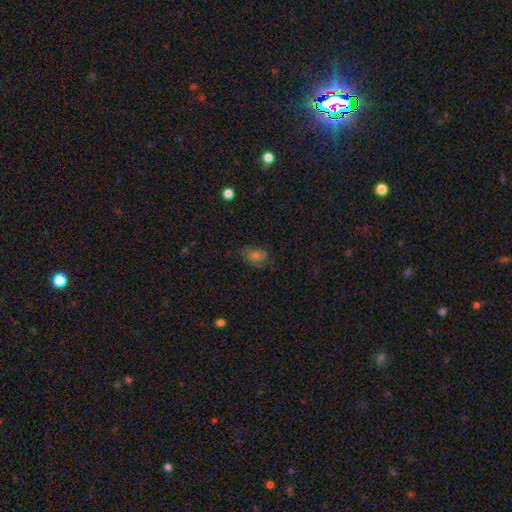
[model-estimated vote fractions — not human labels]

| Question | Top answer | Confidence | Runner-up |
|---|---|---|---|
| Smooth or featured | smooth | 58% | star or artifact (26%) |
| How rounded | in between | 64% | round (34%) |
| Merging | none | 70% | minor disturbance (21%) |